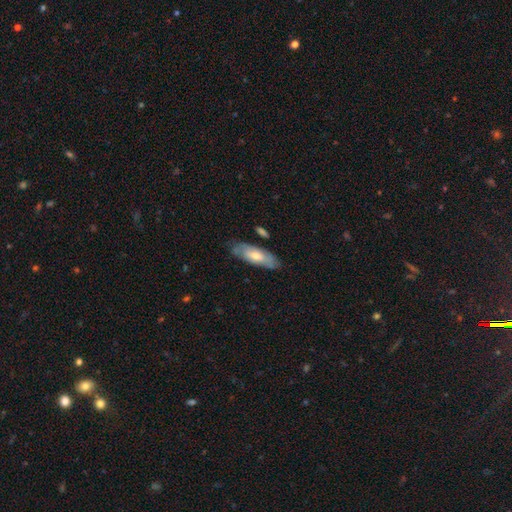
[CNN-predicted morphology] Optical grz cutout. It shows a smooth galaxy with no disk features (54%) that is in between round and cigar-shaped (66%). Merging: none (71%).